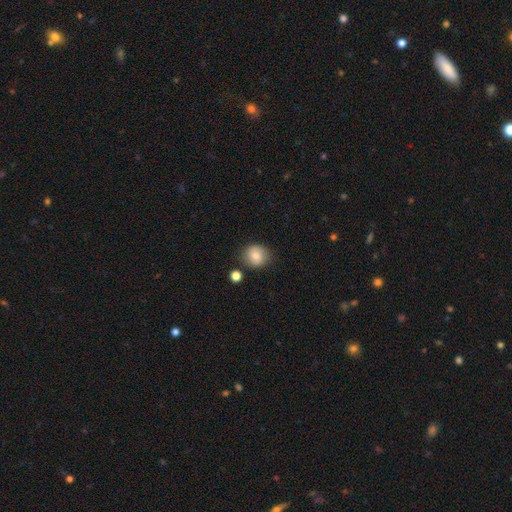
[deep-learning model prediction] The model was most divided on "how rounded": round: 82%, in between: 17%, cigar-shaped: 1%. More confident: merging — none (78%); smooth or featured — smooth (78%).